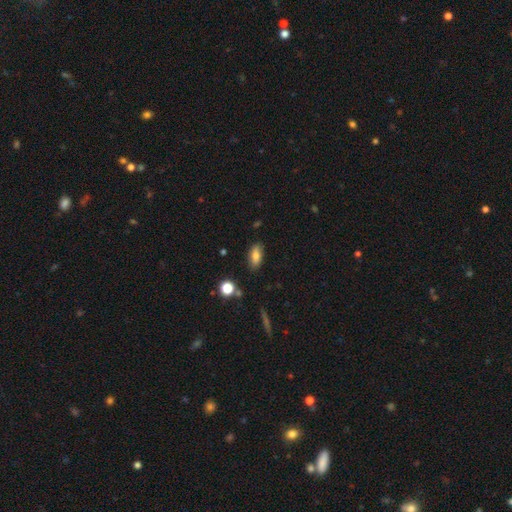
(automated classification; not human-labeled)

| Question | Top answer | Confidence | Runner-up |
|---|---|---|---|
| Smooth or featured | smooth | 80% | featured or disk (11%) |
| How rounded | in between | 83% | cigar-shaped (13%) |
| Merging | none | 84% | minor disturbance (11%) |